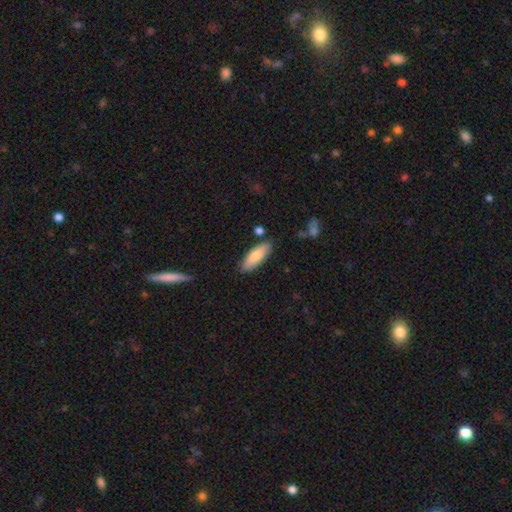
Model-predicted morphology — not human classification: Smooth or featured? Predicted: smooth (p=0.77). How rounded? Predicted: in between (p=0.65). Merging? Predicted: none (p=0.84).